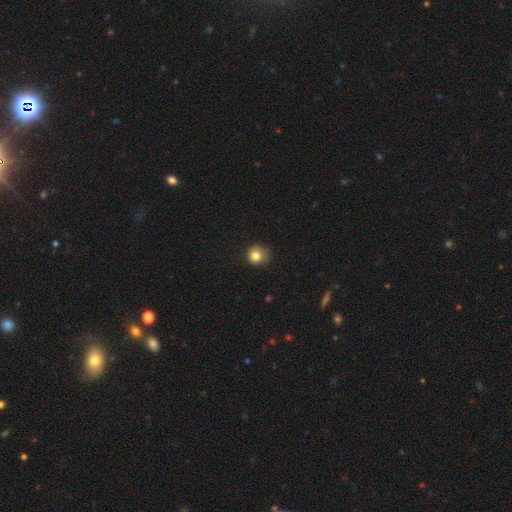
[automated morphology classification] The model was most divided on "merging": none: 70%, minor disturbance: 22%, major disturbance: 6%, merger: 1%. More confident: how rounded — round (88%); smooth or featured — smooth (80%).